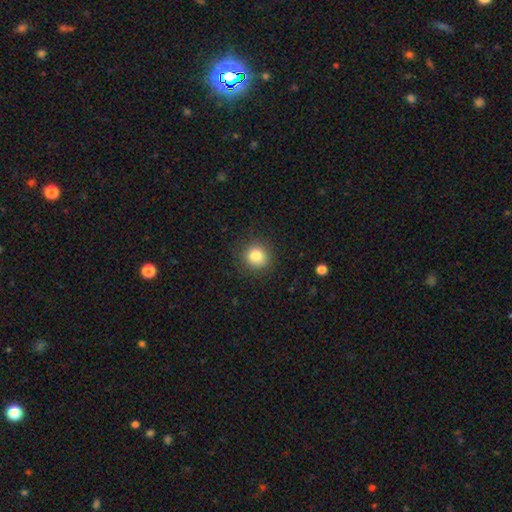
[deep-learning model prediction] Q: Smooth or featured?
A: smooth (82%); runner-up: star or artifact (11%)
Q: How rounded?
A: round (91%); runner-up: in between (8%)
Q: Merging?
A: none (89%); runner-up: minor disturbance (8%)